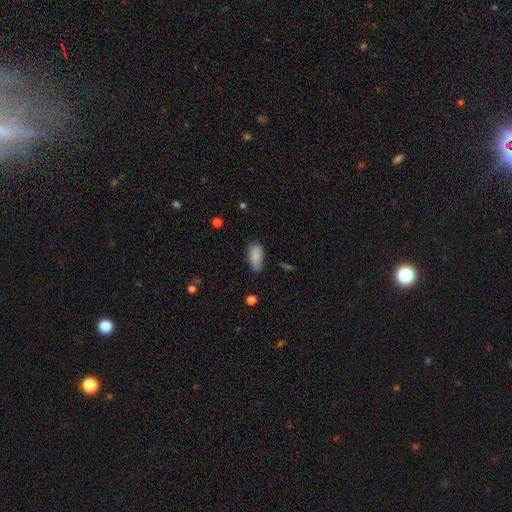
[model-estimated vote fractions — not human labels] A smooth galaxy with no disk features (87%) that is in between round and cigar-shaped (90%). Merging: none (74%).